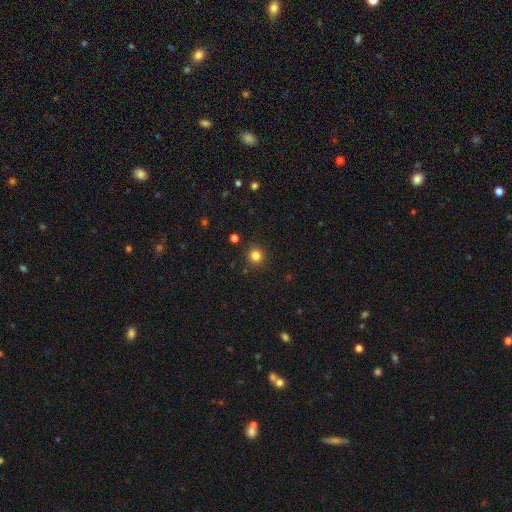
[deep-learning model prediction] A smooth galaxy with no disk features (82%) that is round (92%).

Vote fractions:
- Smooth or featured? smooth: 82% / star or artifact: 13% / featured or disk: 5%
- How rounded? round: 92% / in between: 7% / cigar-shaped: 1%
- Merging? none: 90% / minor disturbance: 6% / major disturbance: 2% / merger: 2%